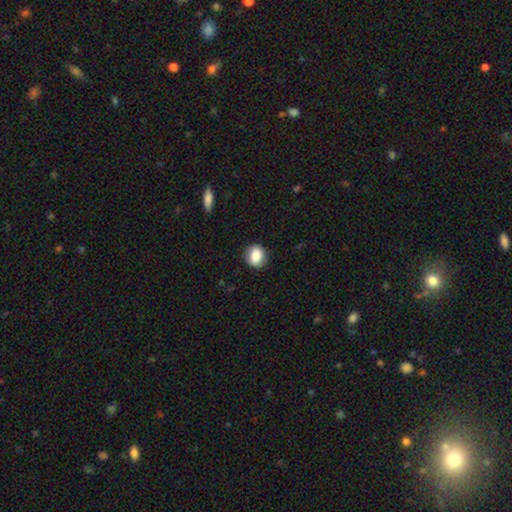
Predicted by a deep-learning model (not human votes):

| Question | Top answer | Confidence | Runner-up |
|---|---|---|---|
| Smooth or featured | smooth | 83% | featured or disk (9%) |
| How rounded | round | 69% | in between (30%) |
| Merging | none | 86% | minor disturbance (10%) |